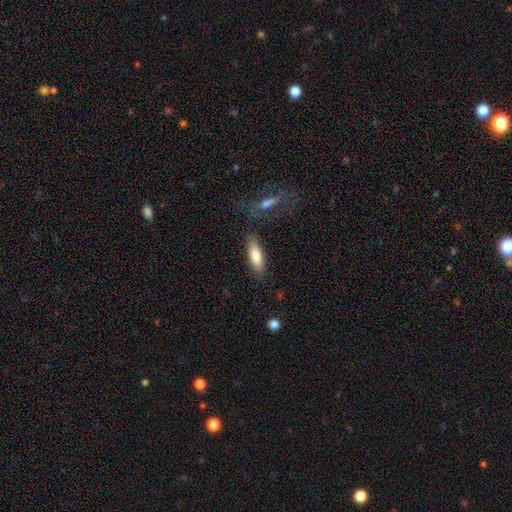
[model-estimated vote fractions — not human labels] Smooth or featured? Predicted: smooth (p=0.78). How rounded? Predicted: in between (p=0.57). Merging? Predicted: none (p=0.80).